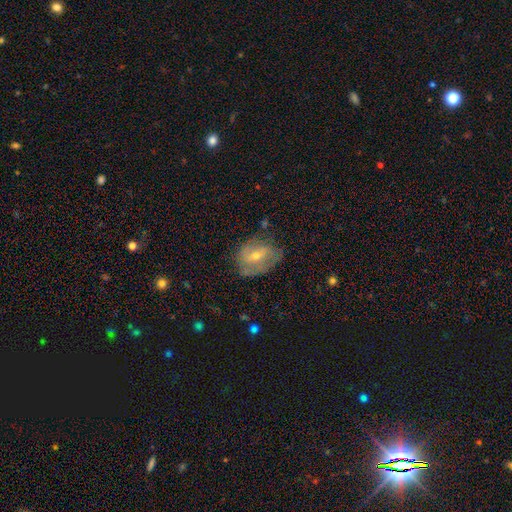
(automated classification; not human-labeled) A featured or disk galaxy (57%) with a weak bar (42%), spiral arms (65%) and a small central bulge (51%).

Vote fractions:
- Smooth or featured? featured or disk: 57% / smooth: 33% / star or artifact: 9%
- Edge-on disk? no: 94% / yes: 6%
- Bar? weak: 42% / no: 39% / strong: 19%
- Spiral arms? yes: 65% / no: 35%
- Bulge size? small: 51% / moderate: 44% / none: 2% / large: 2% / dominant: 1%
- Merging? none: 58% / minor disturbance: 28% / major disturbance: 12% / merger: 2%